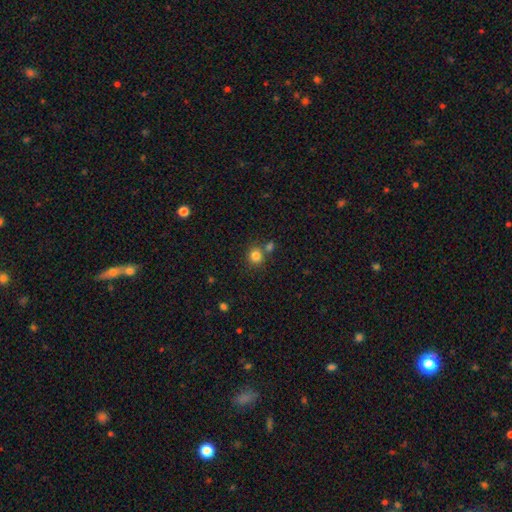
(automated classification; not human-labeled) Smooth or featured? Predicted: smooth (p=0.82). How rounded? Predicted: round (p=0.87). Merging? Predicted: none (p=0.68).